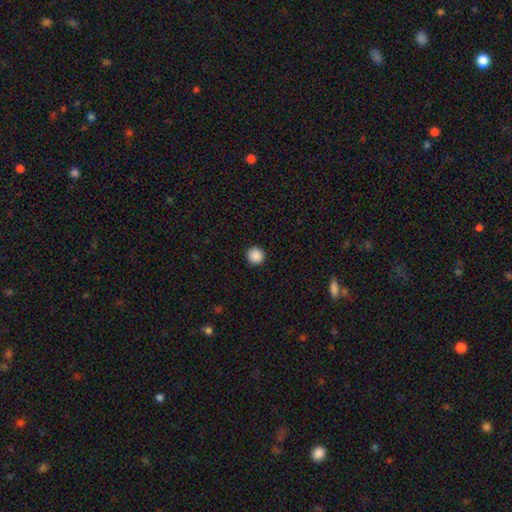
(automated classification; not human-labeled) This appears to be a smooth galaxy with no disk features (89%) that is round (95%). Merging: none (93%).